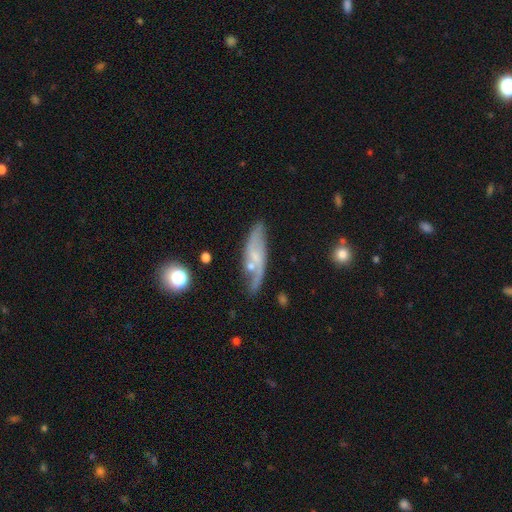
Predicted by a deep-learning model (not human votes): smooth_or_featured: featured or disk (p=0.67) [alt: smooth p=0.26]
disk_edge_on: no (p=0.82) [alt: yes p=0.18]
bar: no (p=0.51) [alt: weak p=0.38]
has_spiral_arms: yes (p=0.85) [alt: no p=0.15]
bulge_size: small (p=0.62) [alt: moderate p=0.21]
merging: none (p=0.55) [alt: minor disturbance p=0.23]